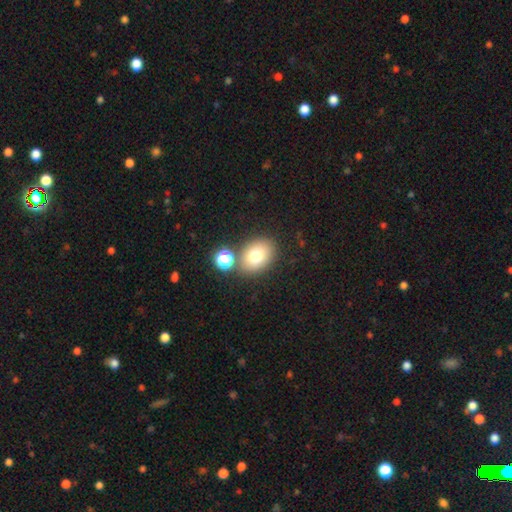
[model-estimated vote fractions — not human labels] Smooth or featured? Predicted: smooth (p=0.76). How rounded? Predicted: in between (p=0.64). Merging? Predicted: none (p=0.76).